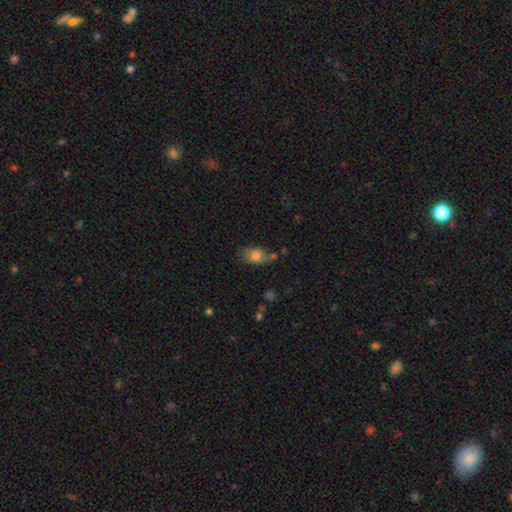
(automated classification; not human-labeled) The model was most divided on "merging": none: 59%, minor disturbance: 25%, merger: 9%, major disturbance: 7%. More confident: how rounded — in between (81%); smooth or featured — smooth (78%).